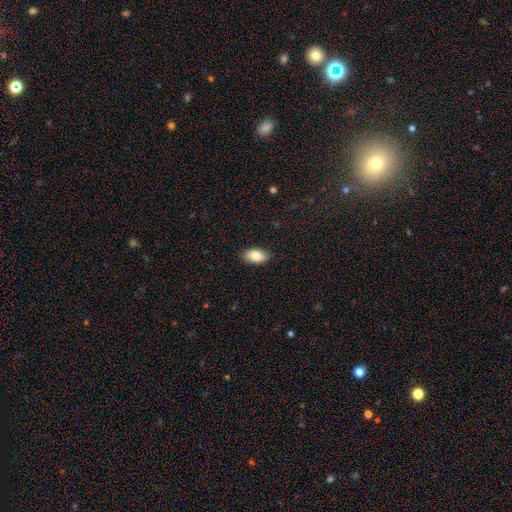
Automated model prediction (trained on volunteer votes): Overall: smooth (82%). How rounded: in between (93%). Merging: none (89%).